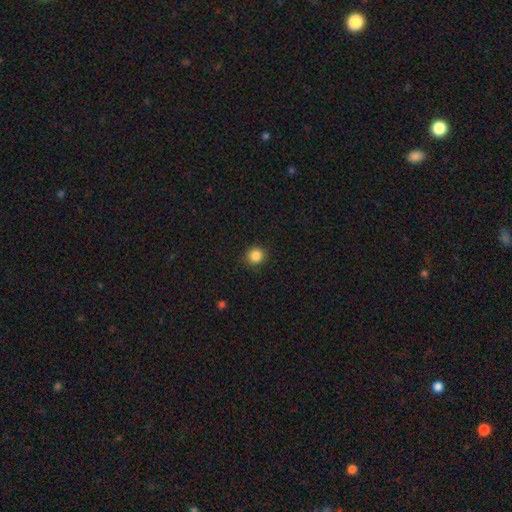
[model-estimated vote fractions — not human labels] Smooth or featured? smooth (85%)
How rounded? round (92%)
Merging? none (91%)